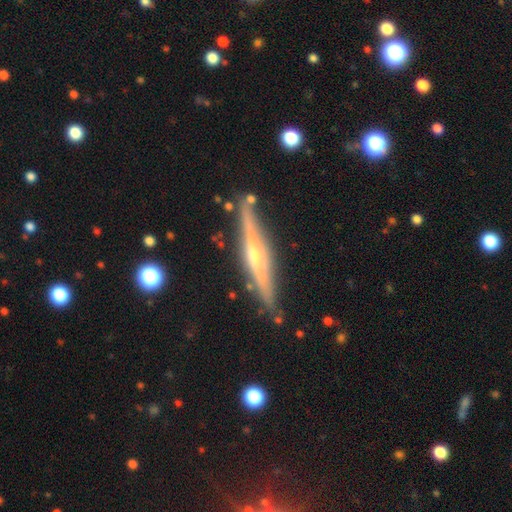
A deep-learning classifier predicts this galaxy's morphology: Smooth or featured: featured or disk — 75% (smooth — 19%)
Edge-on disk: yes — 97% (no — 3%)
Edge-on bulge: rounded — 77% (none — 15%)
Merging: none — 84% (minor disturbance — 11%)